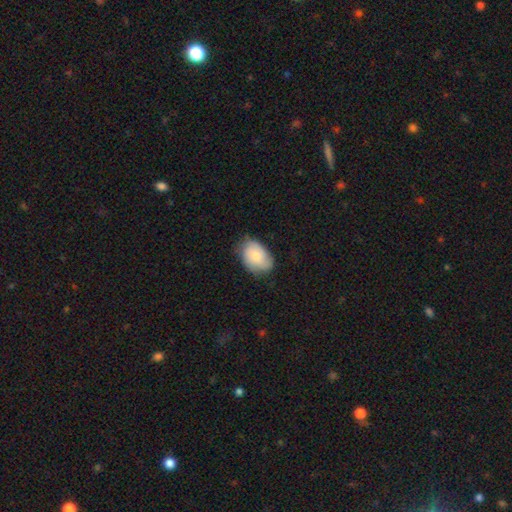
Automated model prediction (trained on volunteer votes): Q: Smooth or featured?
A: smooth (72%); runner-up: featured or disk (22%)
Q: How rounded?
A: in between (81%); runner-up: round (18%)
Q: Merging?
A: none (67%); runner-up: minor disturbance (27%)